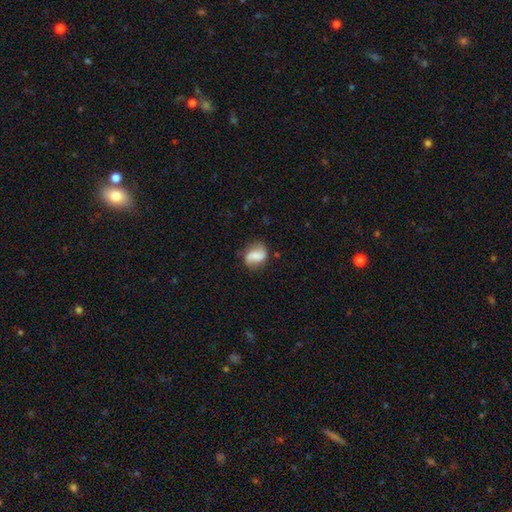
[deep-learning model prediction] Smooth or featured? featured or disk (46%)
Merging? none (66%)